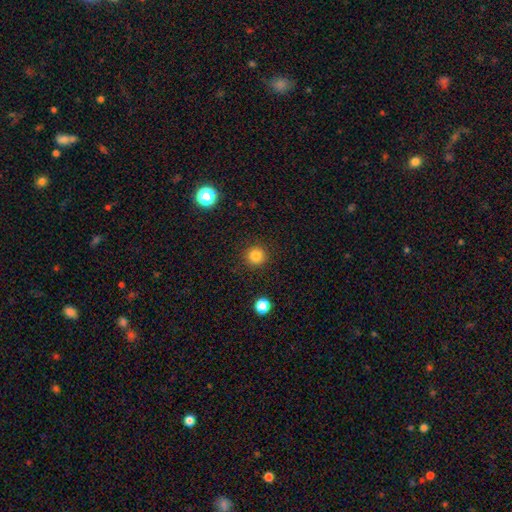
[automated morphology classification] Smooth or featured: smooth — 83% (star or artifact — 12%)
How rounded: round — 95% (in between — 4%)
Merging: none — 91% (minor disturbance — 6%)